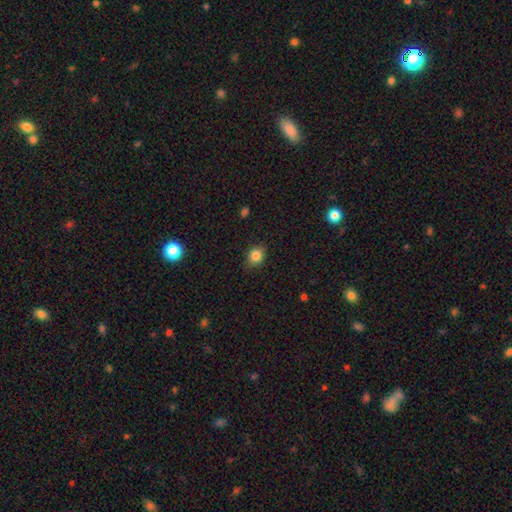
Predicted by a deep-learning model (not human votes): smooth_or_featured: smooth (p=0.84) [alt: star or artifact p=0.10]
how_rounded: round (p=0.55) [alt: in between p=0.44]
merging: none (p=0.85) [alt: minor disturbance p=0.12]